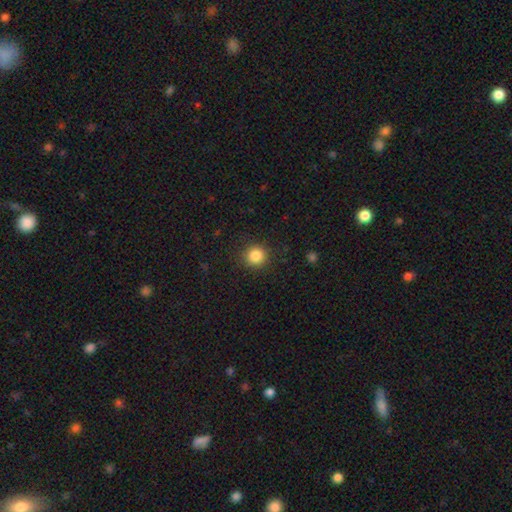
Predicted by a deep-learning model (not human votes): Morphology: type=smooth (84%); roundness=round (94%); merging=none (90%).